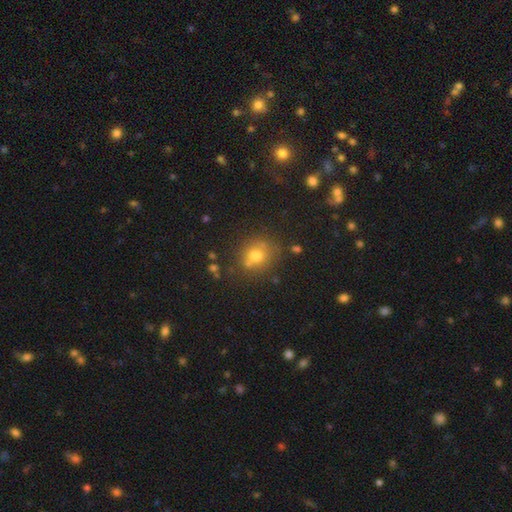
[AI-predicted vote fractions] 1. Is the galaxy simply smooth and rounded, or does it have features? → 71% smooth, 16% star or artifact, 13% featured or disk.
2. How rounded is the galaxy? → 75% round, 24% in between, 1% cigar-shaped.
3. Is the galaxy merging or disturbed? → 66% none, 16% minor disturbance, 13% merger, 6% major disturbance.